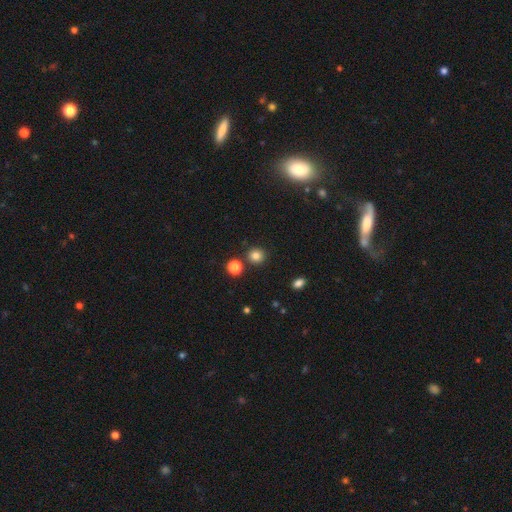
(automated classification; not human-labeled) Morphology: type=smooth (81%); roundness=round (89%); merging=none (84%).